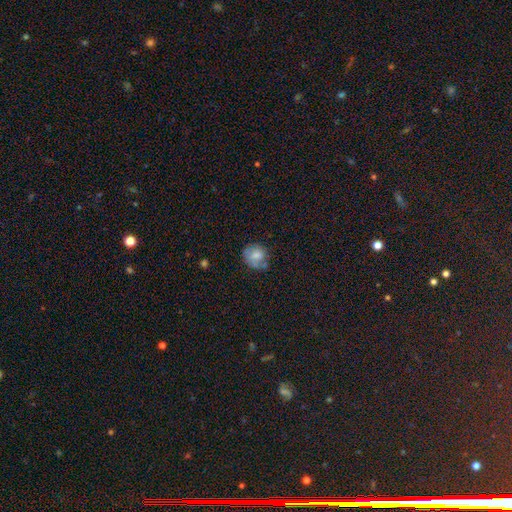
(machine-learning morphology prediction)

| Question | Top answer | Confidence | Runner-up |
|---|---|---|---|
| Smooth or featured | smooth | 71% | featured or disk (20%) |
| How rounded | round | 74% | in between (25%) |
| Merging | none | 53% | minor disturbance (29%) |